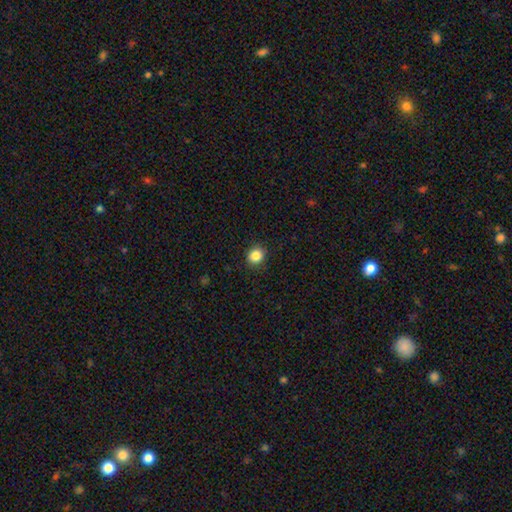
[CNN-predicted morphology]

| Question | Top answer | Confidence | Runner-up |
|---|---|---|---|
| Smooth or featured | smooth | 86% | star or artifact (10%) |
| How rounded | round | 85% | in between (14%) |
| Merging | none | 91% | minor disturbance (6%) |